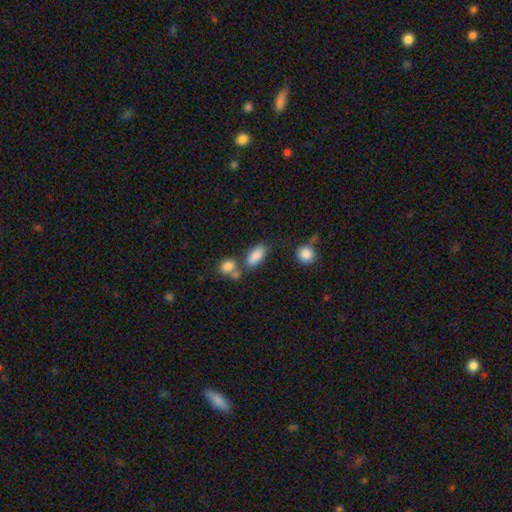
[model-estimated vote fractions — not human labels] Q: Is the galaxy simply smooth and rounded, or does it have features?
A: smooth — 86%.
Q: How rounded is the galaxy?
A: in between — 87%.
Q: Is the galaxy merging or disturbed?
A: none — 61%.